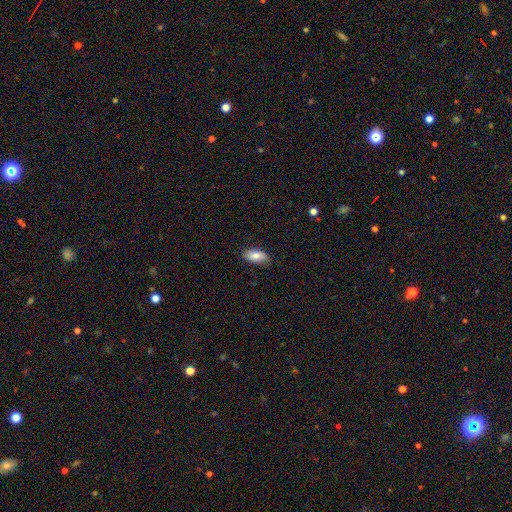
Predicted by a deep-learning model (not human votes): The model was most divided on "smooth or featured": smooth: 81%, featured or disk: 13%, star or artifact: 7%. More confident: how rounded — in between (91%); merging — none (83%).